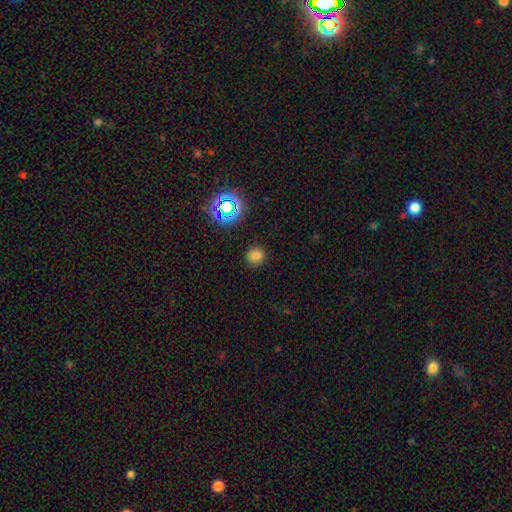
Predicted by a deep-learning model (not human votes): This appears to be a smooth galaxy with no disk features (75%) that is round (87%). Merging: none (89%).